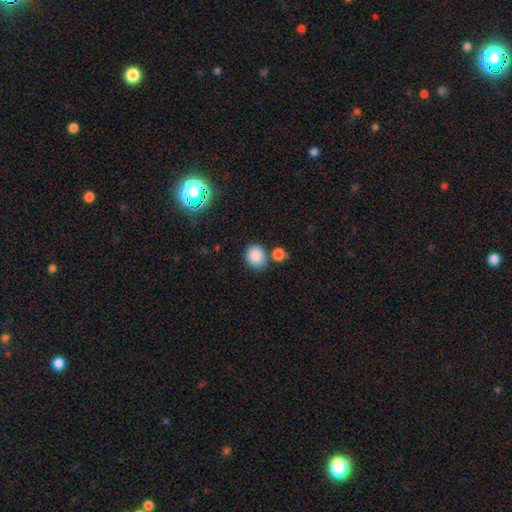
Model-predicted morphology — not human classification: Smooth or featured: smooth — 86% (star or artifact — 10%)
How rounded: round — 71% (in between — 28%)
Merging: none — 70% (minor disturbance — 13%)